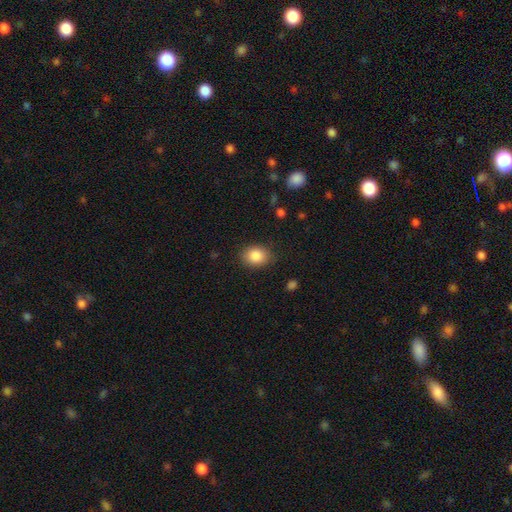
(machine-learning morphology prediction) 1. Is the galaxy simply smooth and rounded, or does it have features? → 87% smooth, 8% star or artifact, 5% featured or disk.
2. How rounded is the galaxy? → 61% in between, 38% round, 1% cigar-shaped.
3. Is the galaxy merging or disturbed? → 84% none, 11% minor disturbance, 3% major disturbance, 1% merger.